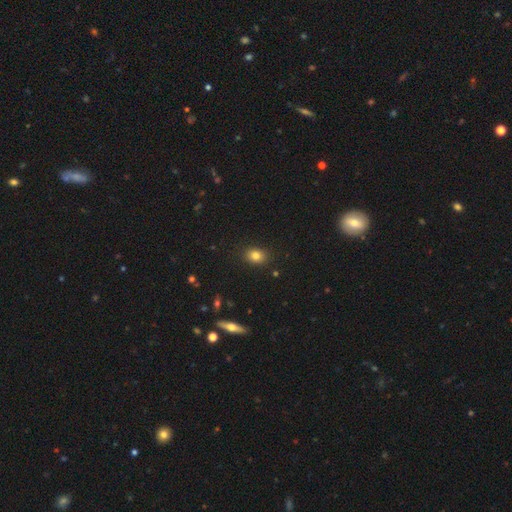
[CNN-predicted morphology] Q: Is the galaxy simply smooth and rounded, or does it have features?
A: smooth — 81%.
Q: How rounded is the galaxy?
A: in between — 61%.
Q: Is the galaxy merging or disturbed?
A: none — 88%.